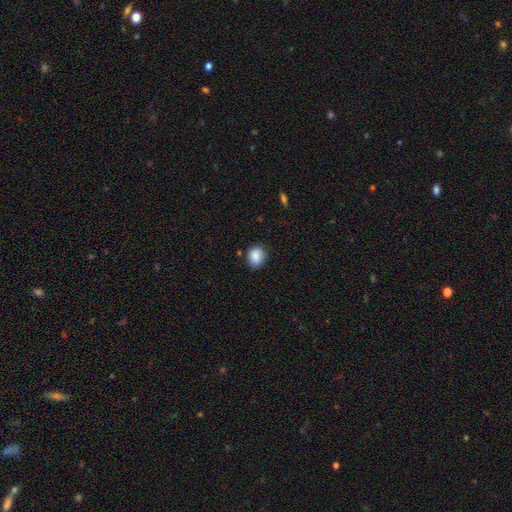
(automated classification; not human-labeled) A smooth galaxy with no disk features (86%) that is round (58%).

Vote fractions:
- Smooth or featured? smooth: 86% / star or artifact: 8% / featured or disk: 6%
- How rounded? round: 58% / in between: 40% / cigar-shaped: 1%
- Merging? none: 80% / minor disturbance: 15% / major disturbance: 3% / merger: 2%